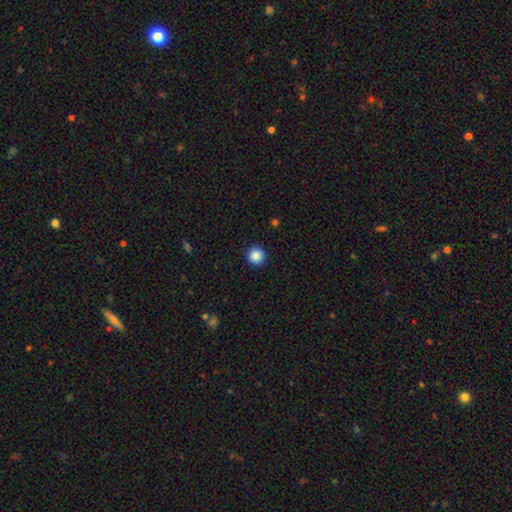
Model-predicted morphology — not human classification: smooth 87%, star or artifact 9%, featured or disk 3%. Down the decision tree: how rounded — round (96%); merging — none (93%).